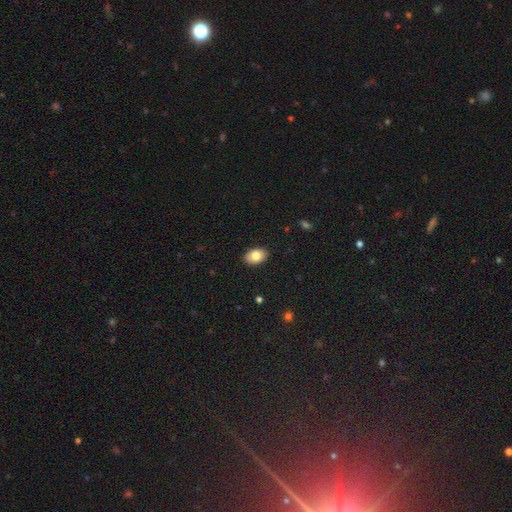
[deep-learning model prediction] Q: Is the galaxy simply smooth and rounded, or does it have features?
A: smooth — 81%.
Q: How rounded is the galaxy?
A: in between — 87%.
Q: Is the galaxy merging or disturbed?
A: none — 89%.